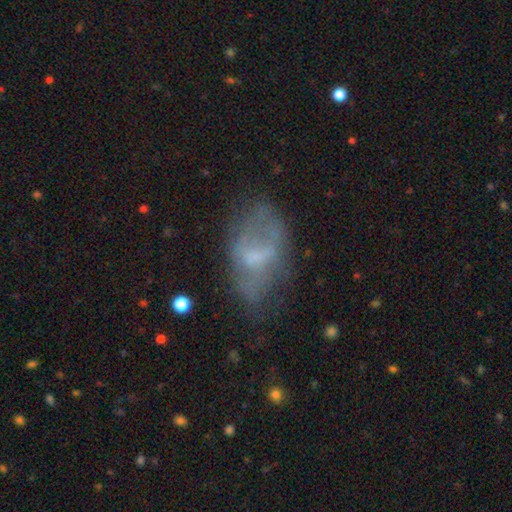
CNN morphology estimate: This appears to be a featured or disk galaxy (44%, tied with smooth). Merging: none (42%).